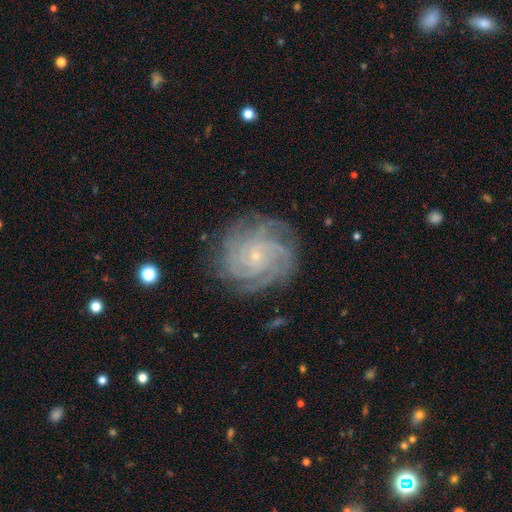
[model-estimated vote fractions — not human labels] Smooth or featured? featured or disk (88%)
Edge-on disk? no (98%)
Bar? no (79%)
Spiral arms? yes (98%)
Spiral winding? tight (78%)
Spiral arm count? 4 (34%)
Bulge size? small (88%)
Merging? none (81%)